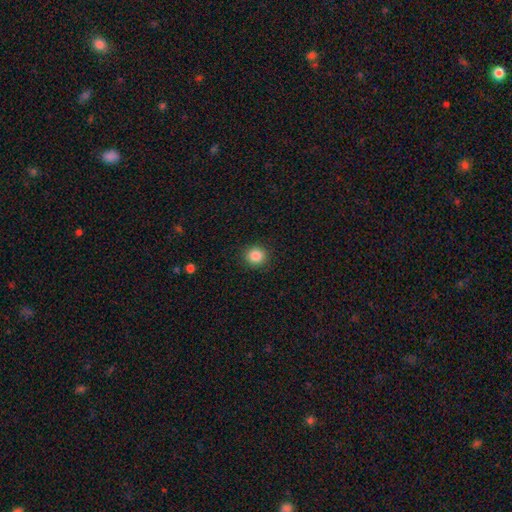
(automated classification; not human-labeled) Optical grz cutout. It shows a smooth galaxy with no disk features (87%) that is round (90%). Merging: none (91%).